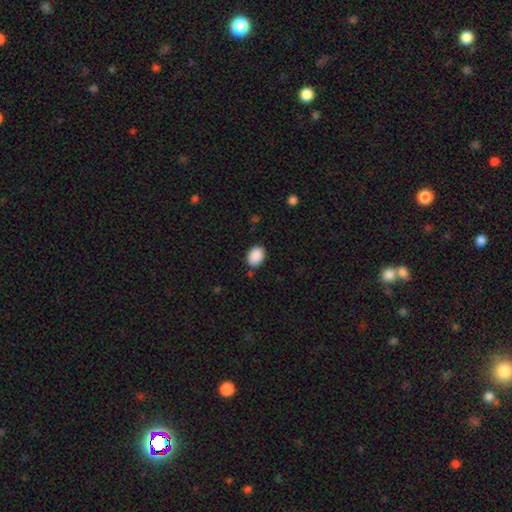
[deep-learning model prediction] A smooth galaxy with no disk features (90%) that is in between round and cigar-shaped (72%). Merging: none (84%).